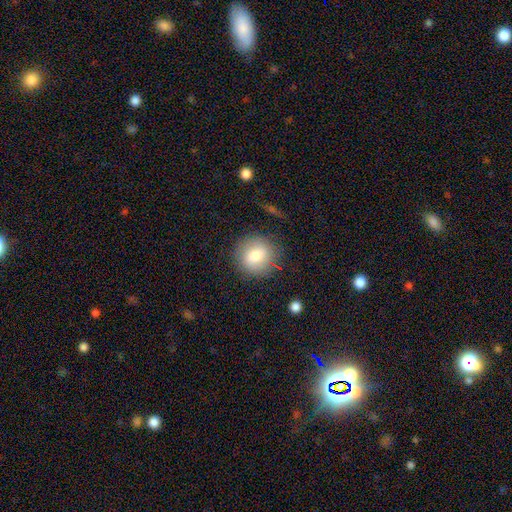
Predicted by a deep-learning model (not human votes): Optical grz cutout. It shows a smooth galaxy with no disk features (76%) that is round (88%). Merging: none (82%).